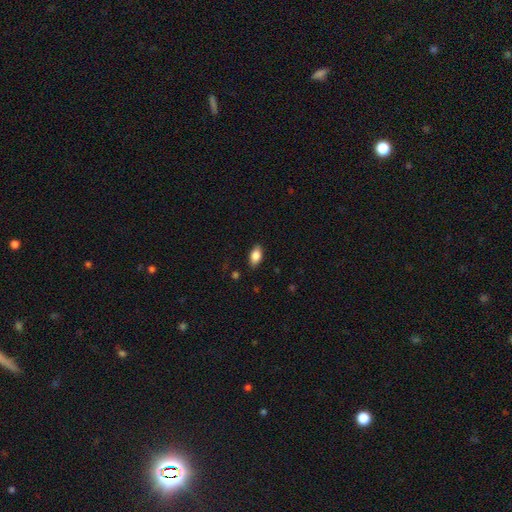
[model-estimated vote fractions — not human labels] smooth 84%, featured or disk 8%, star or artifact 7%. Down the decision tree: how rounded — in between (91%); merging — none (86%).